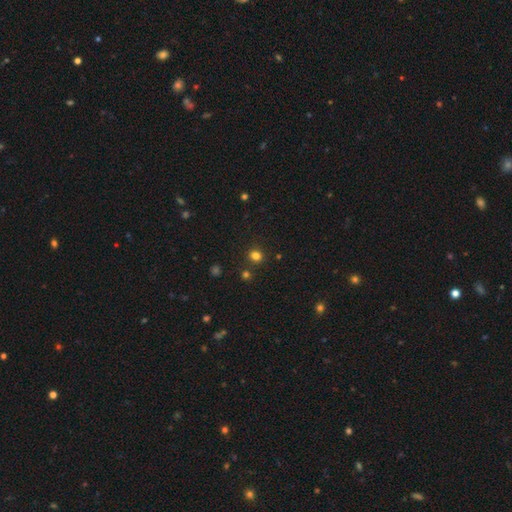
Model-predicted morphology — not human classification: Q: Smooth or featured?
A: smooth (78%); runner-up: star or artifact (18%)
Q: How rounded?
A: round (83%); runner-up: in between (16%)
Q: Merging?
A: none (85%); runner-up: minor disturbance (7%)